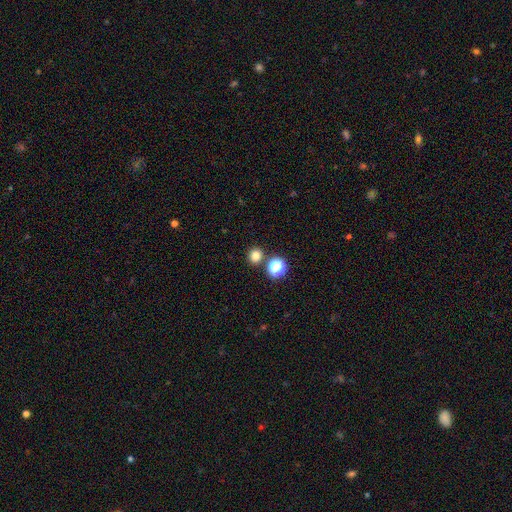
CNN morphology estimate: This is likely a smooth galaxy (78%). How rounded: clearly round (87%). Merging: clearly none (82%).